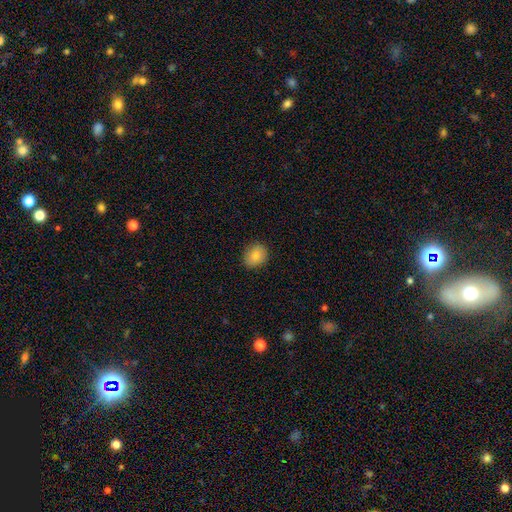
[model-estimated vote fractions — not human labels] Overall: smooth (82%). How rounded: round (59%; in between 40%). Merging: none (86%).